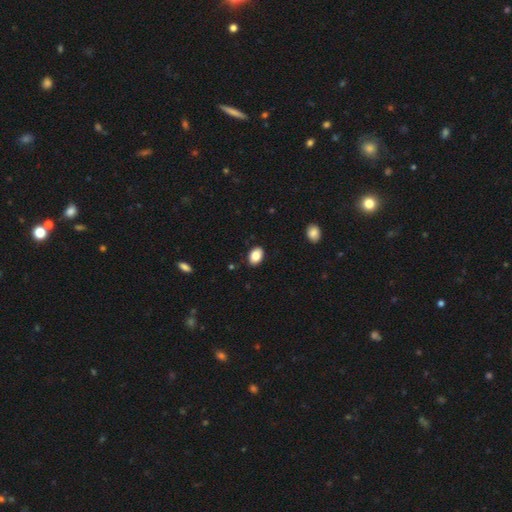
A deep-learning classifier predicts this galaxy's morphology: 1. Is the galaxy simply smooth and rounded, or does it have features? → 88% smooth, 8% star or artifact, 5% featured or disk.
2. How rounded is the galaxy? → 84% in between, 15% round, 1% cigar-shaped.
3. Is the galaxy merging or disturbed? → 88% none, 9% minor disturbance, 2% major disturbance, 1% merger.